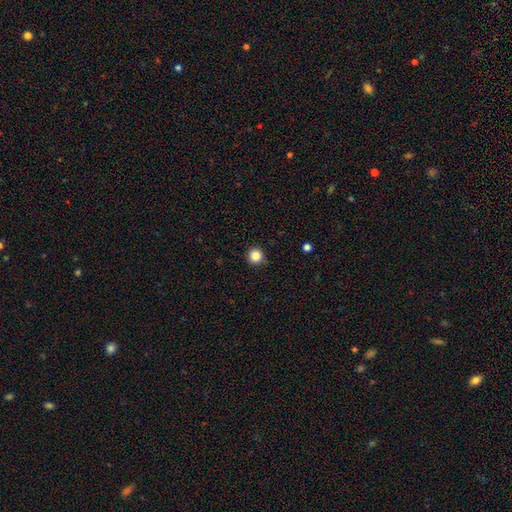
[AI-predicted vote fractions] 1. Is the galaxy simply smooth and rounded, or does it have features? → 85% smooth, 11% star or artifact, 4% featured or disk.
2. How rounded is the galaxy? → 96% round, 3% in between, 1% cigar-shaped.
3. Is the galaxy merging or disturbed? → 89% none, 8% minor disturbance, 2% major disturbance, 1% merger.